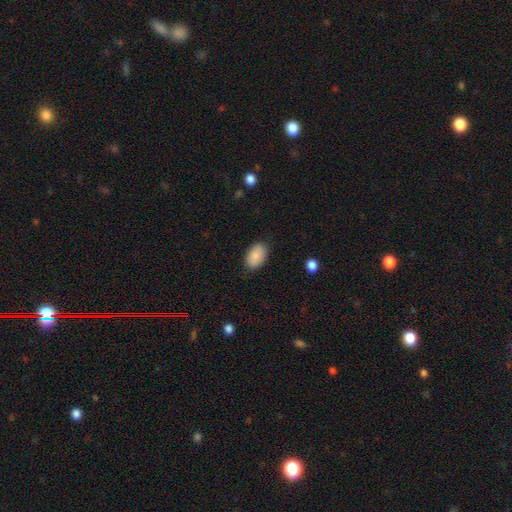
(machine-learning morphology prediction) smooth_or_featured: smooth (p=0.87) [alt: star or artifact p=0.07]
how_rounded: in between (p=0.92) [alt: round p=0.07]
merging: none (p=0.85) [alt: minor disturbance p=0.11]